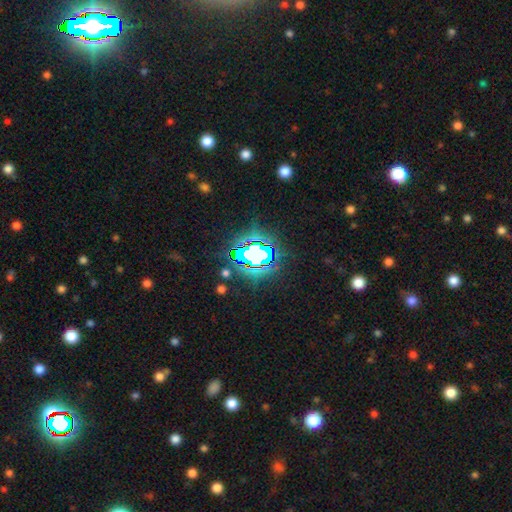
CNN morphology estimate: The model was most divided on "smooth or featured": star or artifact: 66%, smooth: 20%, featured or disk: 14%.